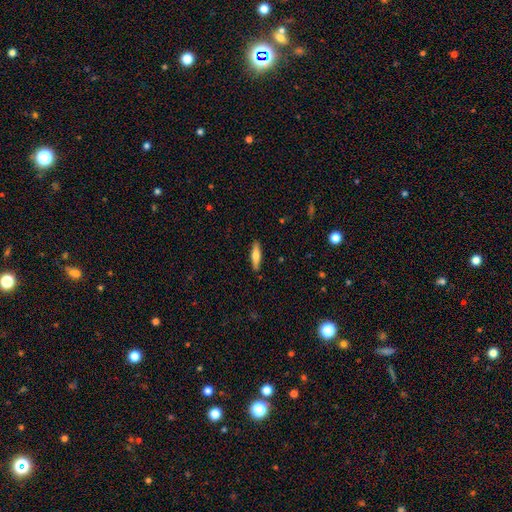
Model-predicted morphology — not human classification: A smooth galaxy with no disk features (64%) that is cigar-shaped (74%). Merging: none (89%).